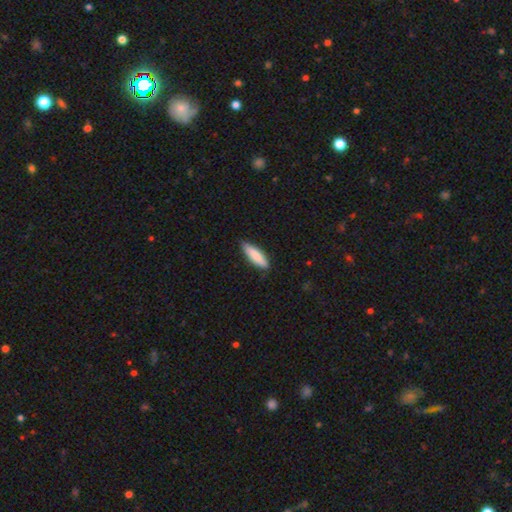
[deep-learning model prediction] Overall: smooth (82%). How rounded: cigar-shaped (62%; in between 37%). Merging: none (85%).